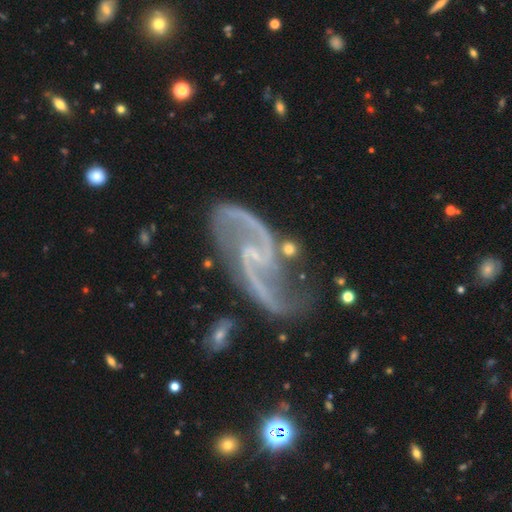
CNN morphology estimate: smooth-or-featured: featured or disk: 93% | star or artifact: 5% | smooth: 3%
  disk-edge-on: no: 97% | yes: 3%
    bar: weak: 43% | no: 35% | strong: 21%
    has-spiral-arms: yes: 98% | no: 2%
      spiral-winding: loose: 52% | medium: 38% | tight: 10%
      spiral-arm-count: 2: 92% | can't tell: 2% | 3: 2% | 1: 2% | 4: 1% | more than 4: 1%
    bulge-size: small: 66% | none: 25% | moderate: 7% | large: 1% | dominant: 1%
  merging: none: 61% | minor disturbance: 20% | major disturbance: 13% | merger: 6%